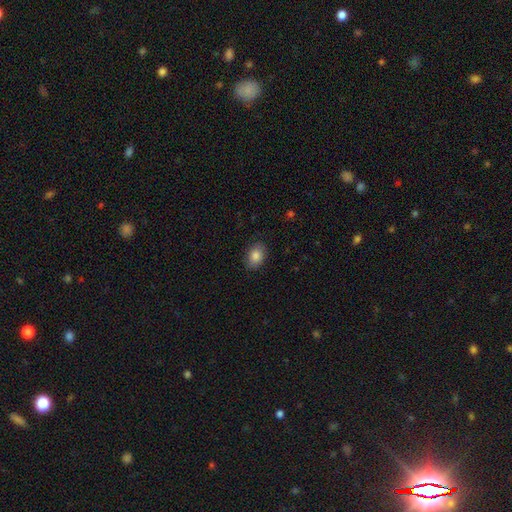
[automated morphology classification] Smooth or featured? smooth (86%)
How rounded? in between (78%)
Merging? none (85%)